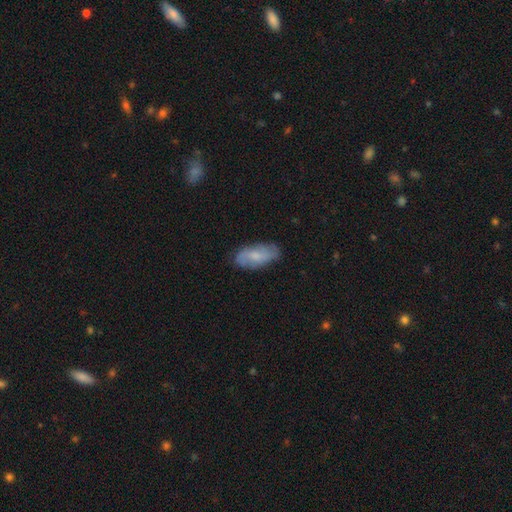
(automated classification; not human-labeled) A smooth galaxy with no disk features (51%) that is in between round and cigar-shaped (87%).

Vote fractions:
- Smooth or featured? smooth: 51% / featured or disk: 42% / star or artifact: 7%
- How rounded? in between: 87% / cigar-shaped: 10% / round: 3%
- Merging? none: 78% / minor disturbance: 17% / major disturbance: 4% / merger: 1%